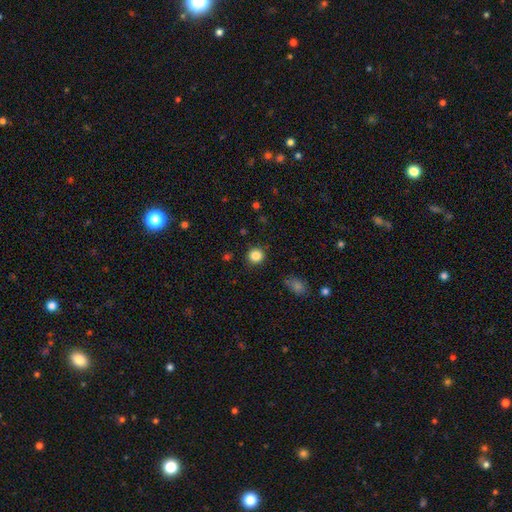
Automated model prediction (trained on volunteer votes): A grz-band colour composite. It shows a smooth galaxy with no disk features (85%) that is round (91%). Merging: none (88%).